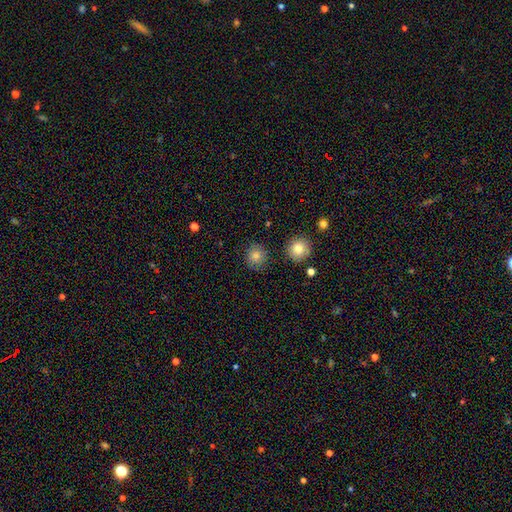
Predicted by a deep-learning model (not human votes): smooth_or_featured: smooth (p=0.76) [alt: star or artifact p=0.14]
how_rounded: round (p=0.88) [alt: in between p=0.11]
merging: none (p=0.86) [alt: minor disturbance p=0.09]